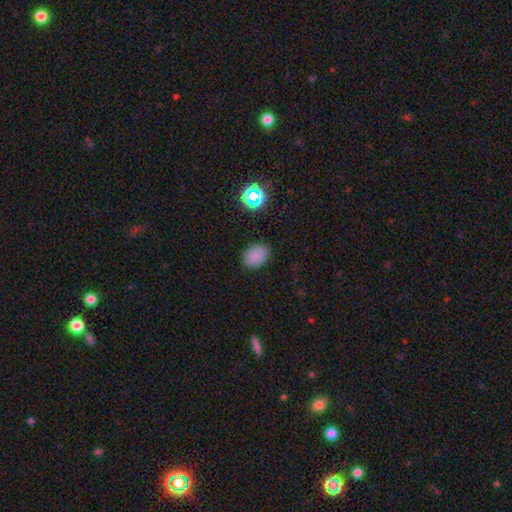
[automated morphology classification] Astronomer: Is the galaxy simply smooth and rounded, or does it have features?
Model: smooth — 82%.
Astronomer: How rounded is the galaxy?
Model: in between — 72%.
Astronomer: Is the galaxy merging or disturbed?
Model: none — 86%.